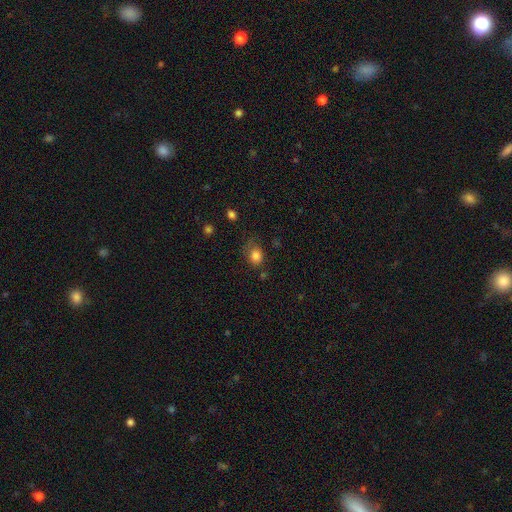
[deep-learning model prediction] This appears to be a smooth galaxy with no disk features (82%) that is round (51%). Merging: none (59%).